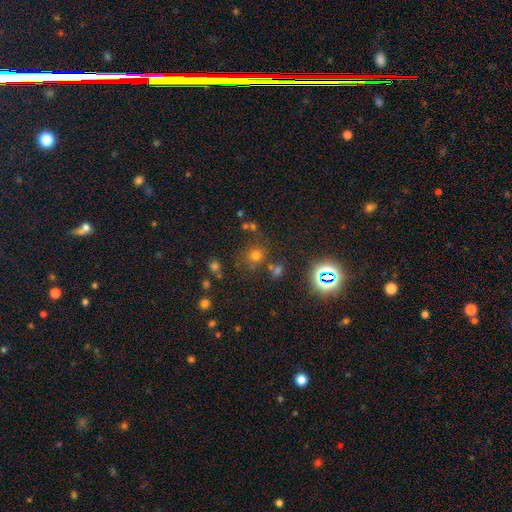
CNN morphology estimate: Q: Smooth or featured?
A: smooth (63%); runner-up: star or artifact (28%)
Q: How rounded?
A: round (87%); runner-up: in between (12%)
Q: Merging?
A: none (74%); runner-up: merger (11%)